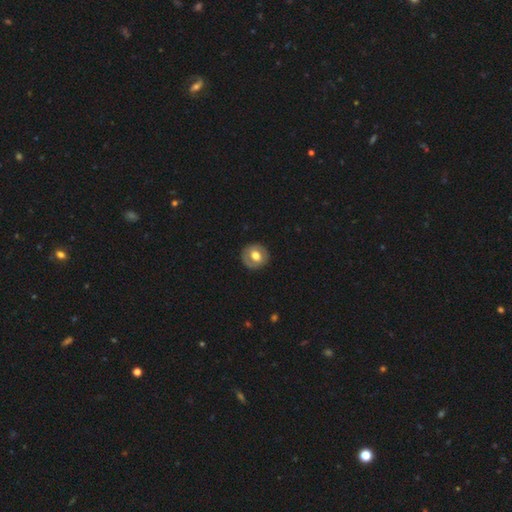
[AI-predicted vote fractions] A smooth galaxy with no disk features (53%) that is round (85%). Merging: none (87%).